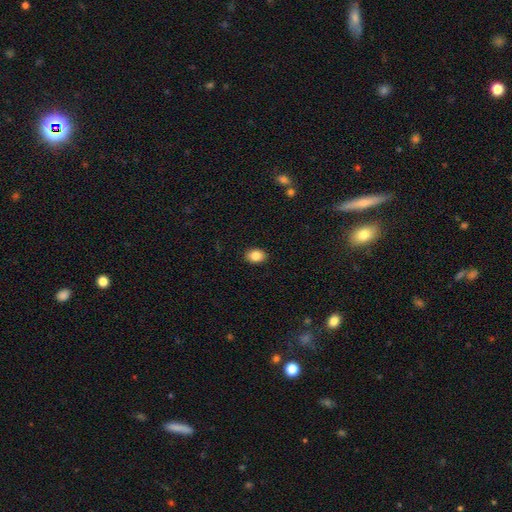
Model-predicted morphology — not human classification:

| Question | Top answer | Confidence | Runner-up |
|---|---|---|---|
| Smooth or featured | smooth | 86% | star or artifact (8%) |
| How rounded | in between | 72% | round (27%) |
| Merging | none | 90% | minor disturbance (7%) |